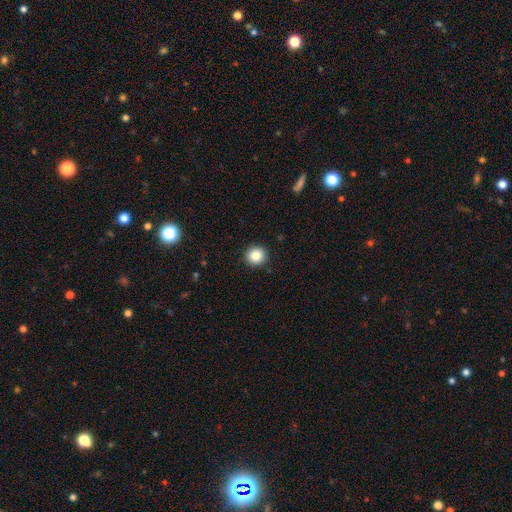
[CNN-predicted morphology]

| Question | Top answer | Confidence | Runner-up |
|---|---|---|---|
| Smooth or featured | smooth | 85% | star or artifact (10%) |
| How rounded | round | 92% | in between (7%) |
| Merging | none | 92% | minor disturbance (6%) |